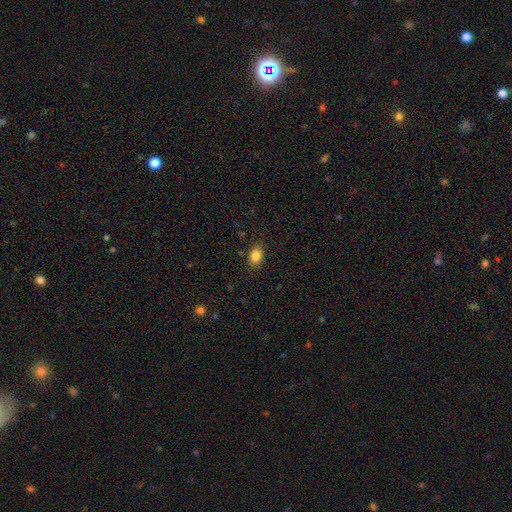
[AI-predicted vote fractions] The model was most divided on "how rounded": in between: 73%, round: 26%, cigar-shaped: 1%. More confident: smooth or featured — smooth (86%); merging — none (85%).